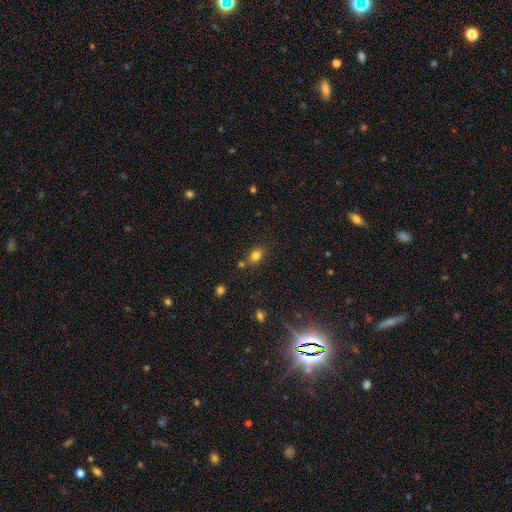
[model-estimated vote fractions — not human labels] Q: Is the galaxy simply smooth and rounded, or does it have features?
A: smooth — 80%.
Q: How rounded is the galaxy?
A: in between — 59%.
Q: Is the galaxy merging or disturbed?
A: none — 70%.